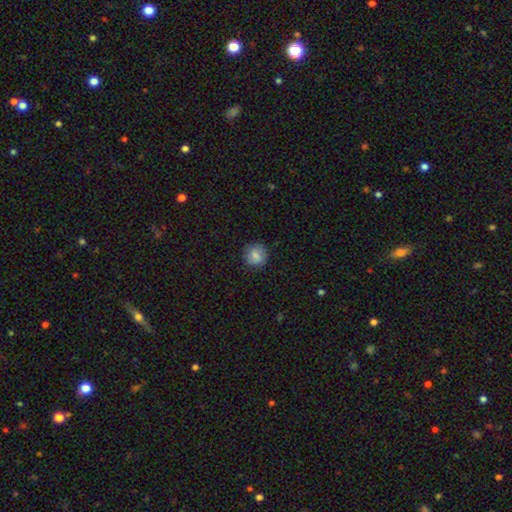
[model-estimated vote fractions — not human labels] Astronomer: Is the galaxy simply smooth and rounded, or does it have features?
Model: smooth — 80%.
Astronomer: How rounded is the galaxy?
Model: round — 88%.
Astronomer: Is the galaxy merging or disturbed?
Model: none — 83%.